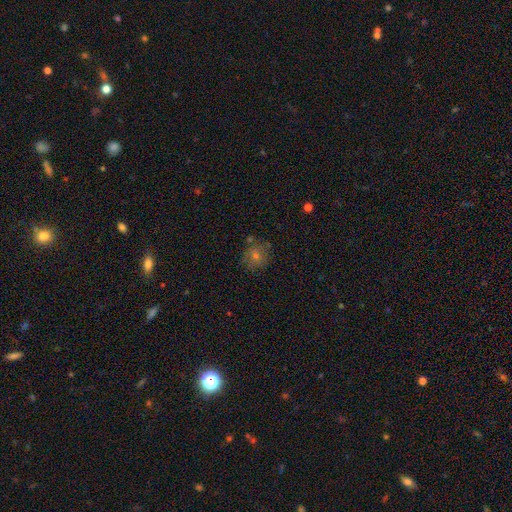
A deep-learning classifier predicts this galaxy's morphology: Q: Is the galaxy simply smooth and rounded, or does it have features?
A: smooth — 55%.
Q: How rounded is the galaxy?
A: round — 87%.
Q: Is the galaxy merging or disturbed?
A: none — 77%.